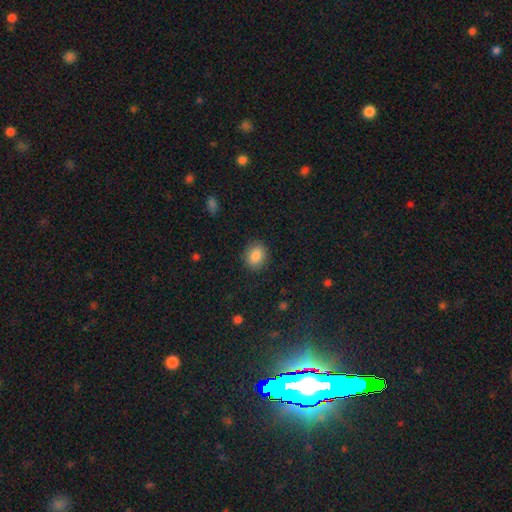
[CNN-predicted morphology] This is clearly a smooth galaxy (86%). How rounded: possibly in between (58%). Merging: clearly none (86%).